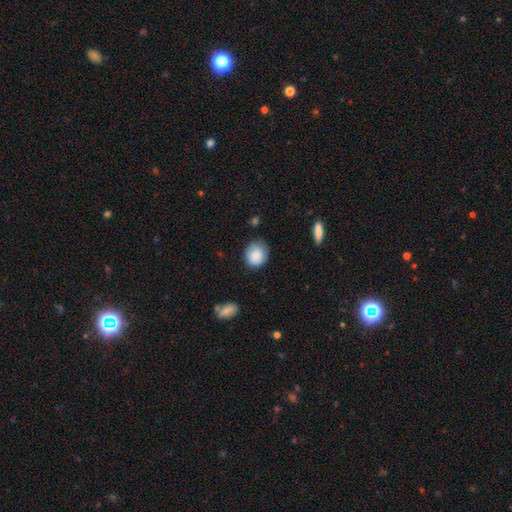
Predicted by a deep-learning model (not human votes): A smooth galaxy with no disk features (82%) that is round (77%).

Vote fractions:
- Smooth or featured? smooth: 82% / featured or disk: 11% / star or artifact: 7%
- How rounded? round: 77% / in between: 23% / cigar-shaped: 1%
- Merging? none: 71% / minor disturbance: 22% / major disturbance: 4% / merger: 2%